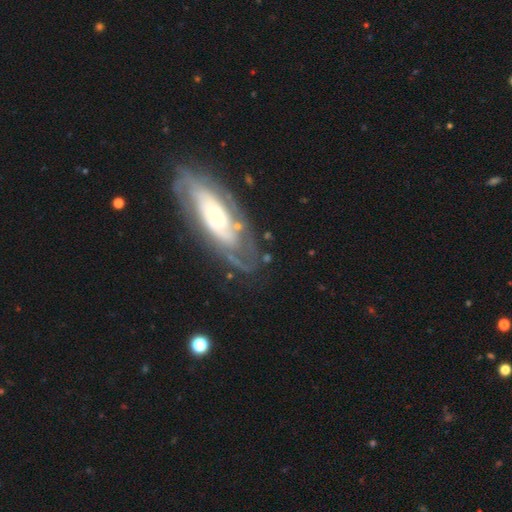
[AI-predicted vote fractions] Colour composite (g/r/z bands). It shows a featured or disk galaxy (77%) with no bar (71%), tight (62%) spiral arms (87%) and a small central bulge (51%). Merging: none (73%).